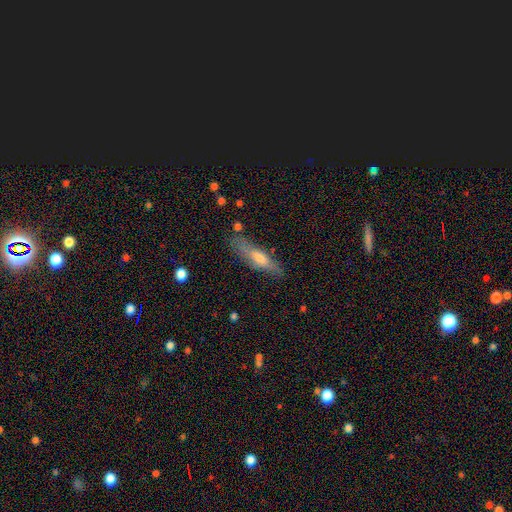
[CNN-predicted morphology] Smooth or featured?
  - featured or disk: 46% *
  - smooth: 43%
  - star or artifact: 11%
Merging?
  - none: 77% *
  - minor disturbance: 16%
  - major disturbance: 4%
  - merger: 3%